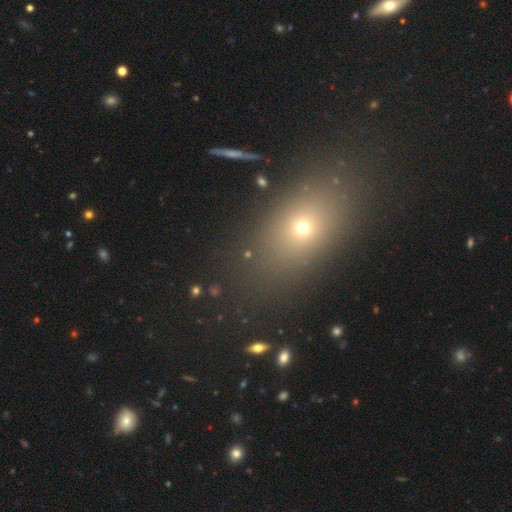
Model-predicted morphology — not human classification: A smooth galaxy with no disk features (60%) that is in between round and cigar-shaped (68%). Merging: none (85%).